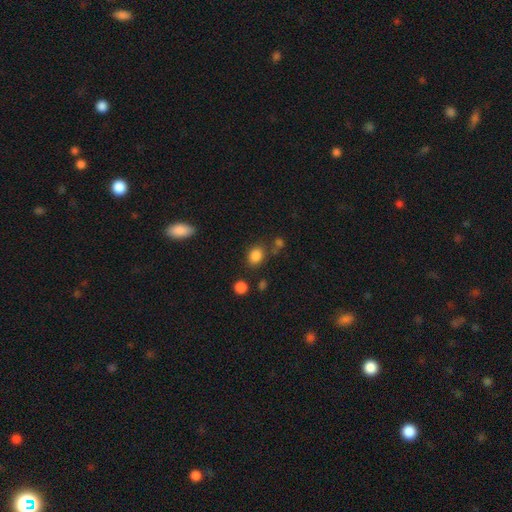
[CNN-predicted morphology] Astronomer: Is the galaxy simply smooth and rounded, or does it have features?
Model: smooth — 84%.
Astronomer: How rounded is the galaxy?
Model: in between — 52% (runner-up: round, 47%).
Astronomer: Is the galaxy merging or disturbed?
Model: none — 72%.